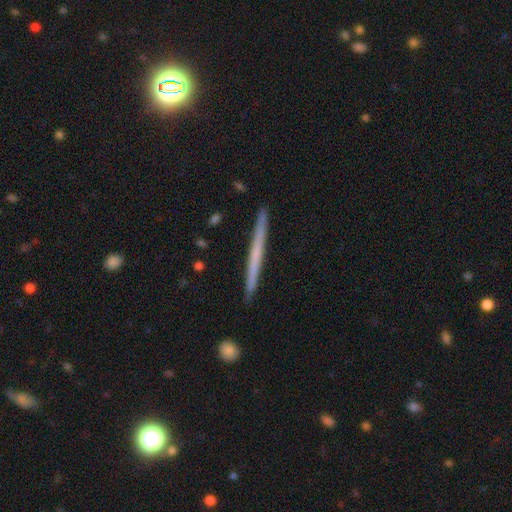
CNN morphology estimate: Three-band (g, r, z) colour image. It shows a featured or disk galaxy (52%) viewed edge-on (98%) with no central bulge (87%). Merging: none (92%).